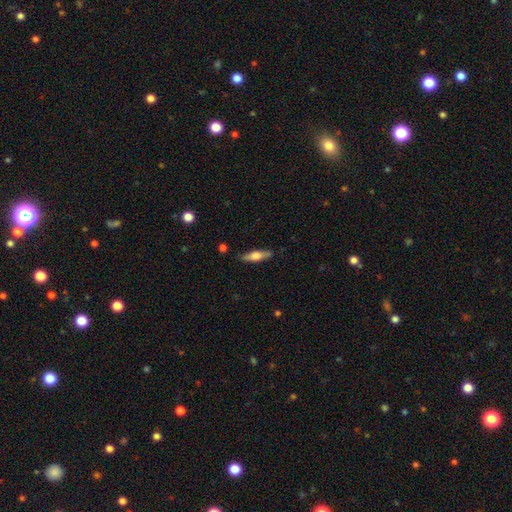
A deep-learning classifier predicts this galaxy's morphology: type=smooth (50%); roundness=cigar-shaped (67%); merging=none (86%).